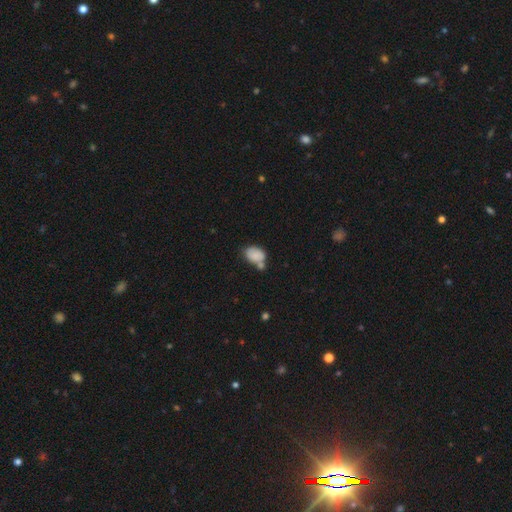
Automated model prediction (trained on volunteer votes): smooth-or-featured: smooth: 82% | featured or disk: 10% | star or artifact: 8%
  how-rounded: in between: 78% | round: 20% | cigar-shaped: 1%
  merging: none: 39% | merger: 35% | minor disturbance: 20% | major disturbance: 7%